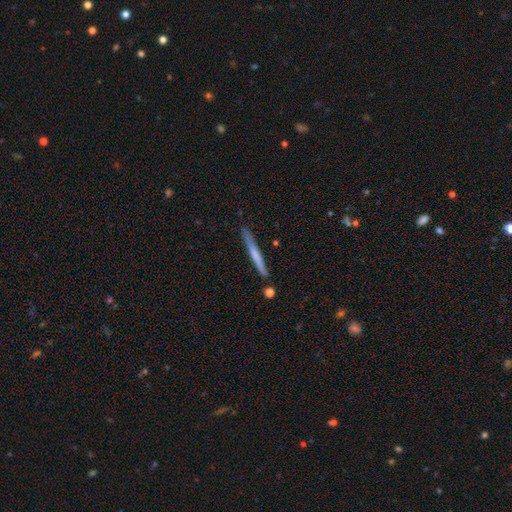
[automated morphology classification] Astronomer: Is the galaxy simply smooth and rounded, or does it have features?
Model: smooth — 60%.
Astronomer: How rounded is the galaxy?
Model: cigar-shaped — 97%.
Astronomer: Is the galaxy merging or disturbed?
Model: none — 84%.